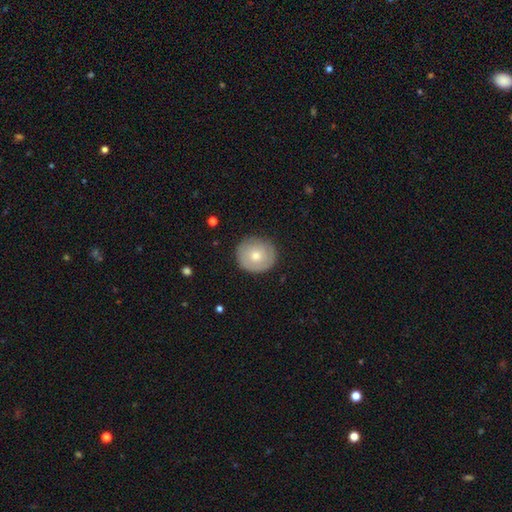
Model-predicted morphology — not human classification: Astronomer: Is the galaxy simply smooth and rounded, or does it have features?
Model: smooth — 64%.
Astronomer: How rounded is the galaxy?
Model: round — 90%.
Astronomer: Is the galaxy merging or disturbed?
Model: none — 87%.